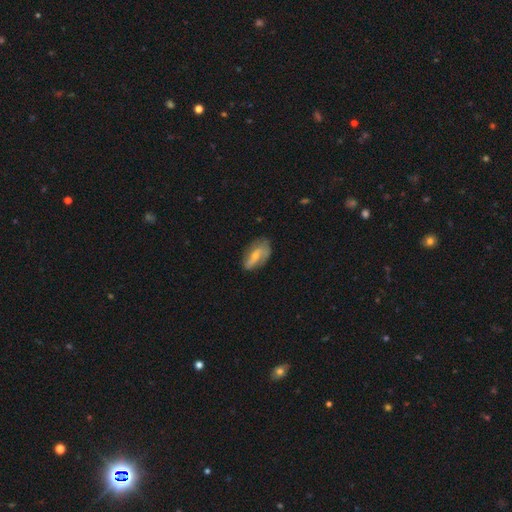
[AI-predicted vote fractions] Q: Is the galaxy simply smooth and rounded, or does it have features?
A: featured or disk — 47%.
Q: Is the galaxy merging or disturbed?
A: none — 62%.